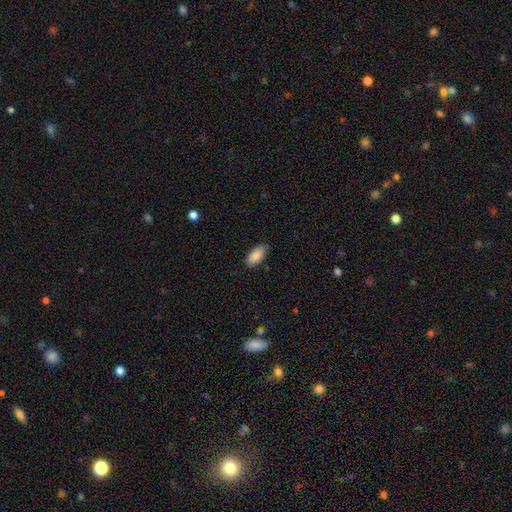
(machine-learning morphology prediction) Smooth or featured: smooth — 88% (star or artifact — 6%)
How rounded: in between — 90% (cigar-shaped — 8%)
Merging: none — 84% (minor disturbance — 13%)